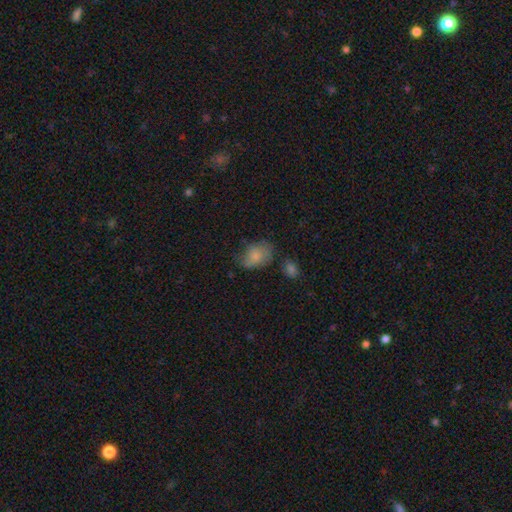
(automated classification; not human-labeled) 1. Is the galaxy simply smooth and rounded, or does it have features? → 77% smooth, 14% featured or disk, 8% star or artifact.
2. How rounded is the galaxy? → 77% in between, 22% round, 1% cigar-shaped.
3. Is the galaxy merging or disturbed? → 52% none, 31% minor disturbance, 11% major disturbance, 5% merger.